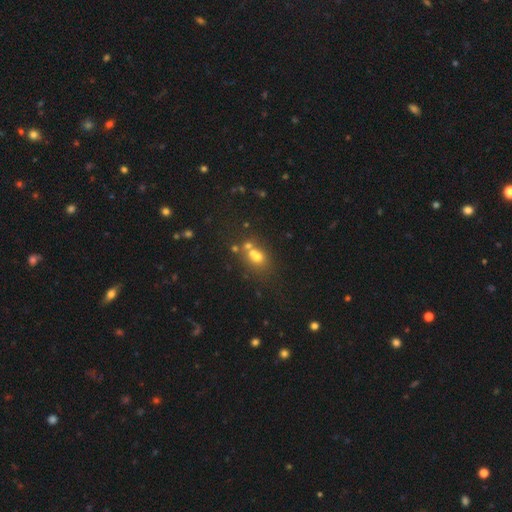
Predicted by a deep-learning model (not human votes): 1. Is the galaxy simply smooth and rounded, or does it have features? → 56% smooth, 25% star or artifact, 19% featured or disk.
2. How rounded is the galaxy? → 64% round, 34% in between, 2% cigar-shaped.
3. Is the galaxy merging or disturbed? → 44% none, 42% merger, 9% minor disturbance, 5% major disturbance.